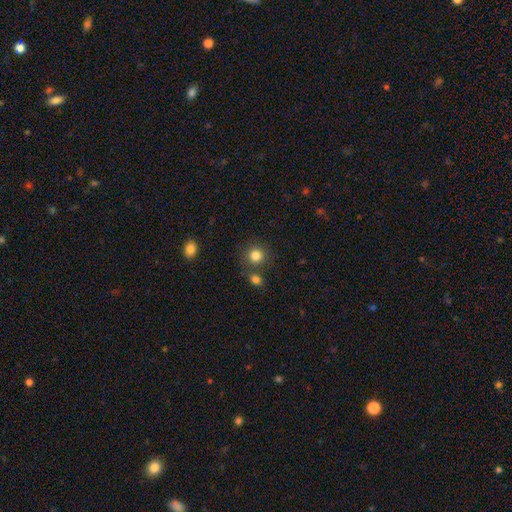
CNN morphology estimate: This appears to be a smooth galaxy with no disk features (83%) that is round (89%). Merging: none (74%).